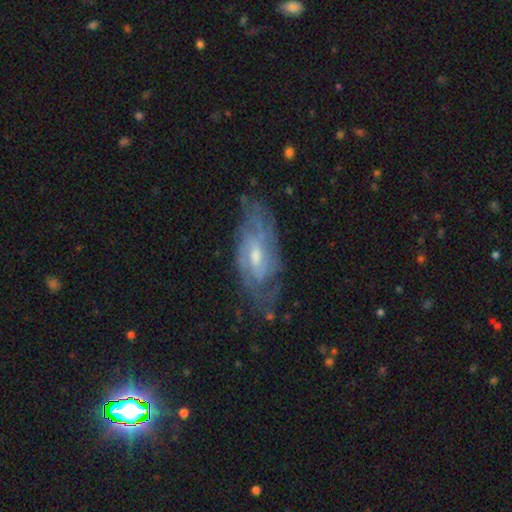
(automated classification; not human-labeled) This appears to be a featured or disk galaxy (80%) with a weak bar (48%), tight (54%) spiral arms (90%) and a moderate central bulge (49%). Merging: none (68%).